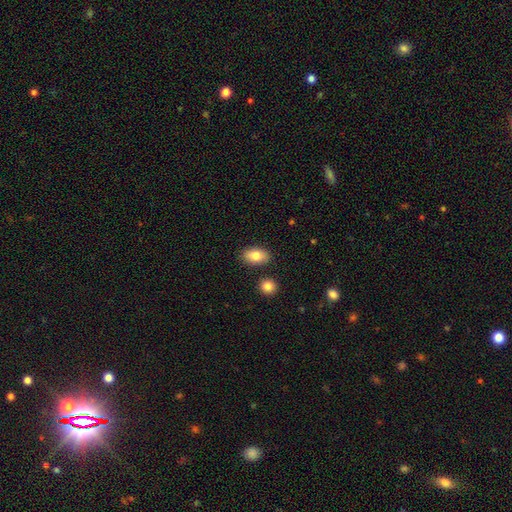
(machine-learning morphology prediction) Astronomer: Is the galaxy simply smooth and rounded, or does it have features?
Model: smooth — 82%.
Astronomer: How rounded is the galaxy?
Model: in between — 90%.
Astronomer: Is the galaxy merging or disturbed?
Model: none — 85%.